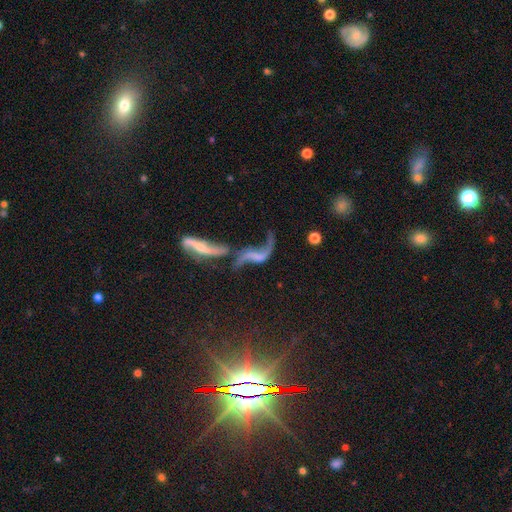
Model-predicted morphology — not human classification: Smooth or featured: featured or disk — 72% (smooth — 17%)
Edge-on disk: no — 89% (yes — 11%)
Bar: no — 54% (weak — 30%)
Spiral arms: yes — 76% (no — 24%)
Bulge size: none — 55% (small — 24%)
Merging: merger — 49% (none — 22%)